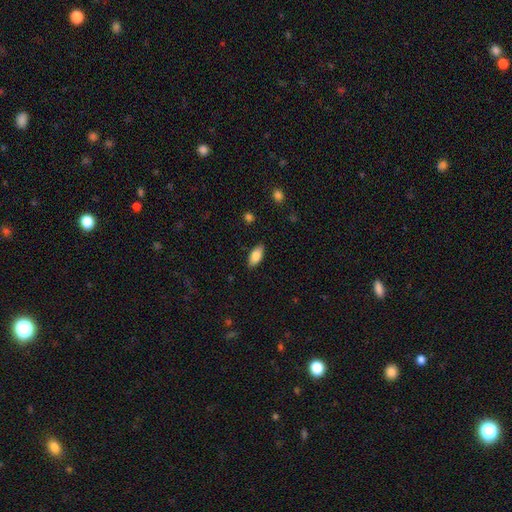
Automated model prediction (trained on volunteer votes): This appears to be a smooth galaxy with no disk features (84%) that is in between round and cigar-shaped (88%). Merging: none (87%).